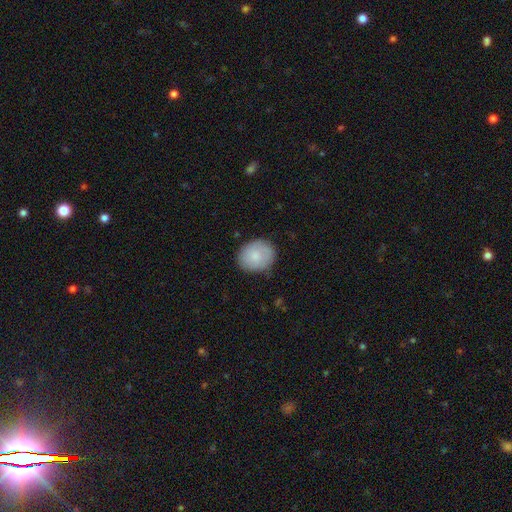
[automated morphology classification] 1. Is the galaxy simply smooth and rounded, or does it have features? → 77% smooth, 16% featured or disk, 6% star or artifact.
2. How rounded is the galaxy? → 60% round, 39% in between, 1% cigar-shaped.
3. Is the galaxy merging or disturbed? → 80% none, 15% minor disturbance, 3% major disturbance, 1% merger.